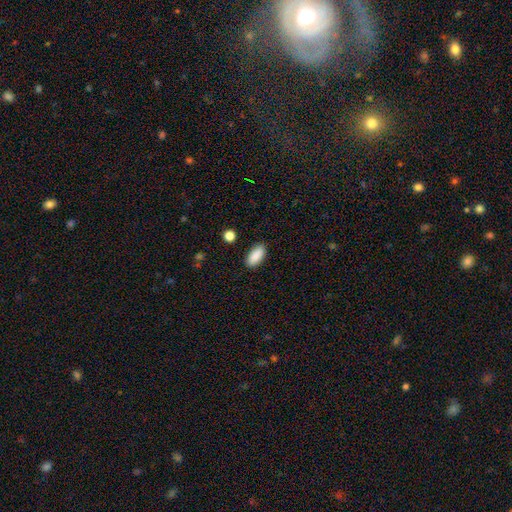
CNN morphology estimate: smooth_or_featured: smooth (p=0.90) [alt: star or artifact p=0.07]
how_rounded: in between (p=0.91) [alt: cigar-shaped p=0.07]
merging: none (p=0.88) [alt: minor disturbance p=0.08]